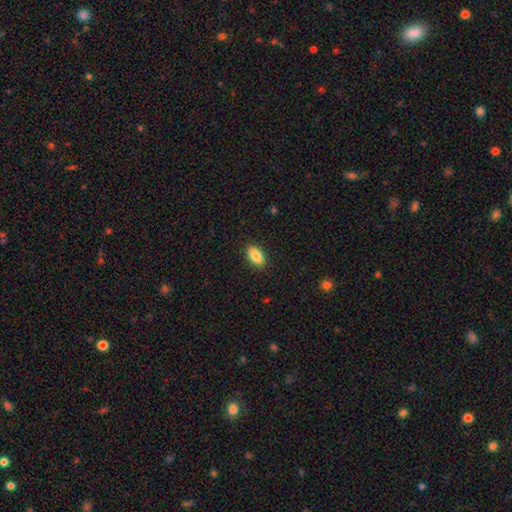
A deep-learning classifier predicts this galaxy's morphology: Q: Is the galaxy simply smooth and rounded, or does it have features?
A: smooth — 87%.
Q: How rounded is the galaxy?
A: in between — 91%.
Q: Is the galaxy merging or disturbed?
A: none — 89%.